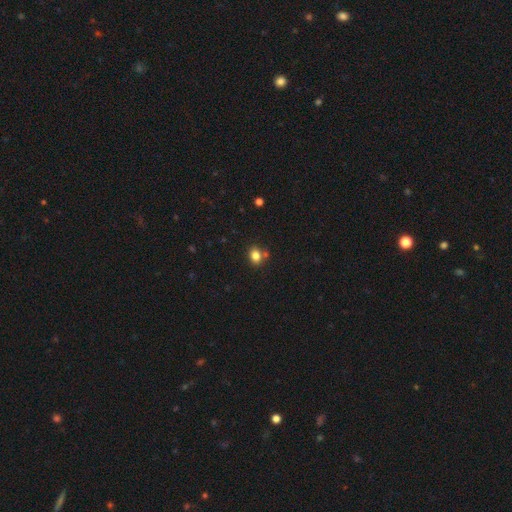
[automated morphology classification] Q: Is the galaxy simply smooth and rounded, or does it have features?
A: smooth — 82%.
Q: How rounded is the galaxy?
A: in between — 50%.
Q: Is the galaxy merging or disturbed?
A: none — 73%.